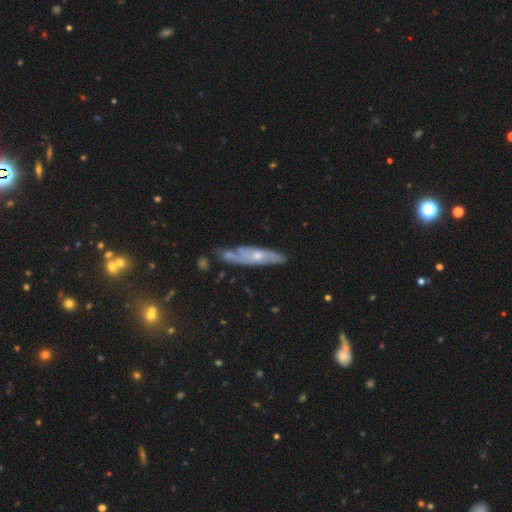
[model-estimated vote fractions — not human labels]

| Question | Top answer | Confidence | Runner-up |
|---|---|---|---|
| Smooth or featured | featured or disk | 64% | smooth (30%) |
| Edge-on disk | no | 56% | yes (44%) |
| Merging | none | 59% | minor disturbance (24%) |